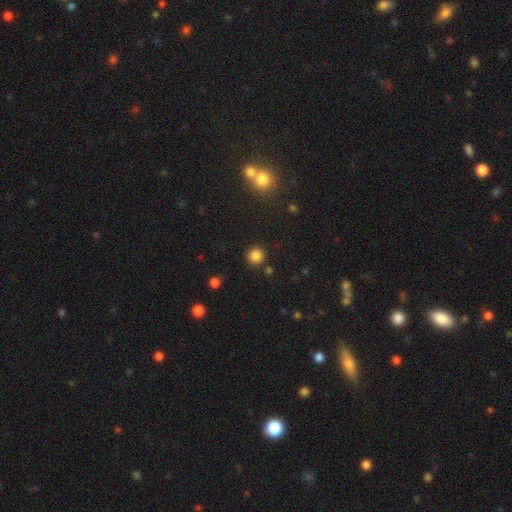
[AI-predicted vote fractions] smooth 83%, star or artifact 14%, featured or disk 4%. Down the decision tree: how rounded — round (94%); merging — none (89%).